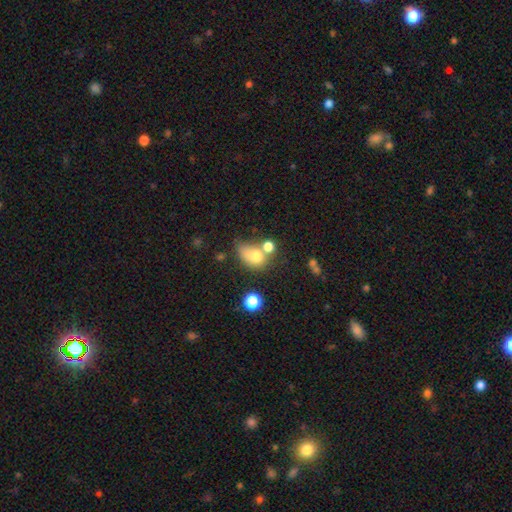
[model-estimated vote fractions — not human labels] Overall: smooth (71%). How rounded: in between (63%; round 35%). Merging: merger (35%; none 32%).